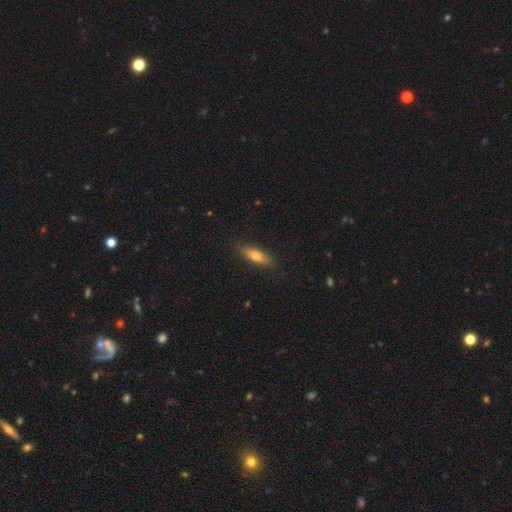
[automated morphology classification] Smooth or featured?
  - smooth: 72% *
  - featured or disk: 21%
  - star or artifact: 7%
How rounded?
  - cigar-shaped: 51% *
  - in between: 47%
  - round: 2%
Merging?
  - none: 86% *
  - minor disturbance: 11%
  - major disturbance: 2%
  - merger: 1%